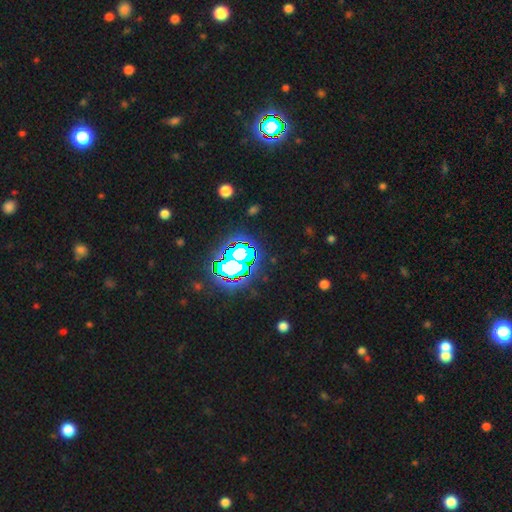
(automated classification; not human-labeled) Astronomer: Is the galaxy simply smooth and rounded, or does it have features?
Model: star or artifact — 84%.